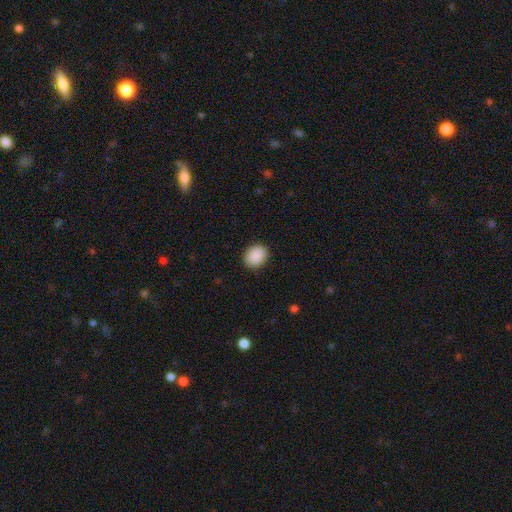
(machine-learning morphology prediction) This appears to be a smooth galaxy with no disk features (90%) that is round (55%). Merging: none (89%).